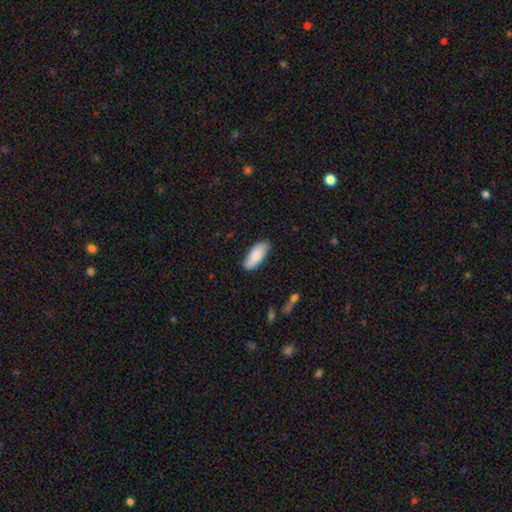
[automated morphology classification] smooth_or_featured: smooth (p=0.84) [alt: featured or disk p=0.10]
how_rounded: in between (p=0.80) [alt: cigar-shaped p=0.18]
merging: none (p=0.82) [alt: minor disturbance p=0.14]